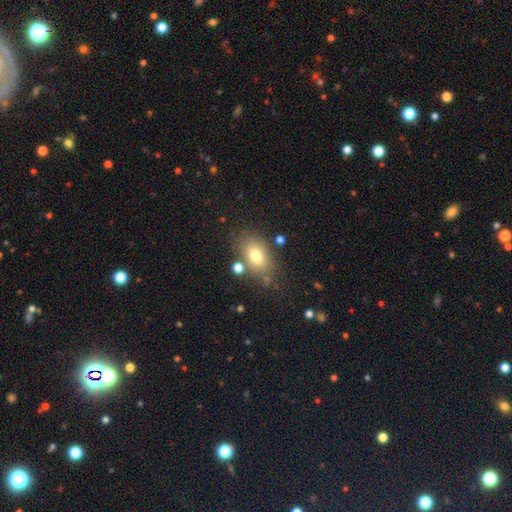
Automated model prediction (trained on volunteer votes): smooth 75%, featured or disk 15%, star or artifact 11%. Down the decision tree: how rounded — in between (81%); merging — none (72%).